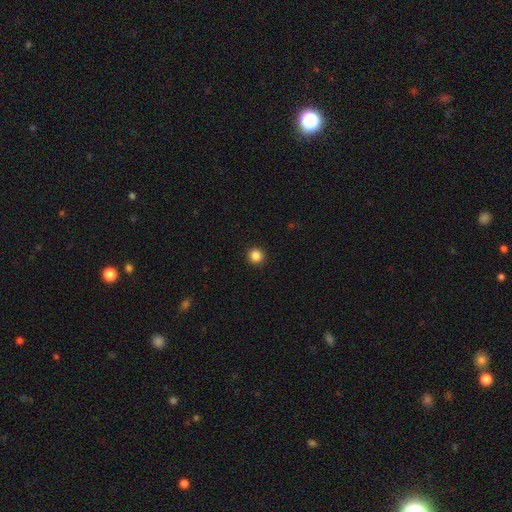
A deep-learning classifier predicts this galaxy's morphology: smooth 86%, star or artifact 11%, featured or disk 3%. Down the decision tree: how rounded — round (95%); merging — none (94%).